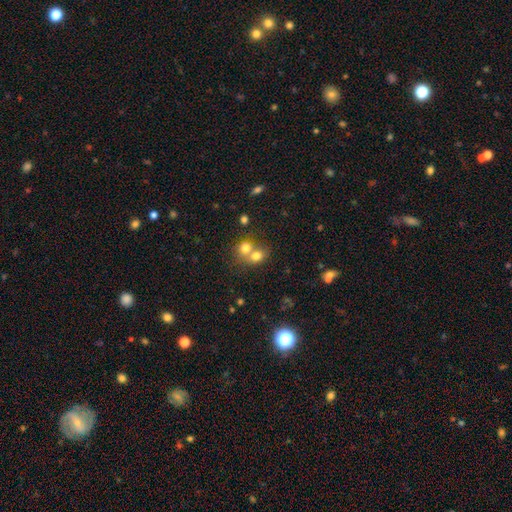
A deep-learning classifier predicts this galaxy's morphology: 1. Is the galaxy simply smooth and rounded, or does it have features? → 74% smooth, 14% featured or disk, 12% star or artifact.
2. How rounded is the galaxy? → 62% round, 37% in between, 1% cigar-shaped.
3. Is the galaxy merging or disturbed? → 64% merger, 28% none, 6% minor disturbance, 3% major disturbance.